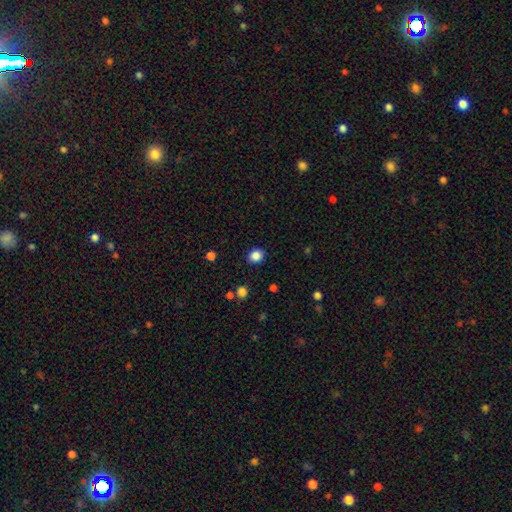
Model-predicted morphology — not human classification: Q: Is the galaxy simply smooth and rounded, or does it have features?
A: smooth — 86%.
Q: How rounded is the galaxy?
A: round — 64%.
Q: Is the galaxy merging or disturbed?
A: none — 89%.